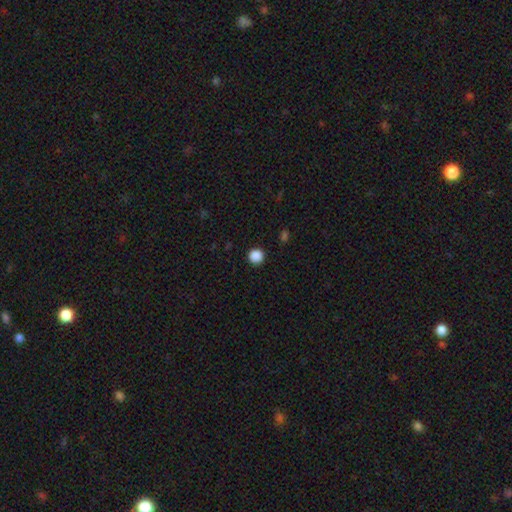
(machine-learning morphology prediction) smooth_or_featured: smooth (p=0.88) [alt: star or artifact p=0.10]
how_rounded: round (p=0.93) [alt: in between p=0.06]
merging: none (p=0.92) [alt: minor disturbance p=0.05]